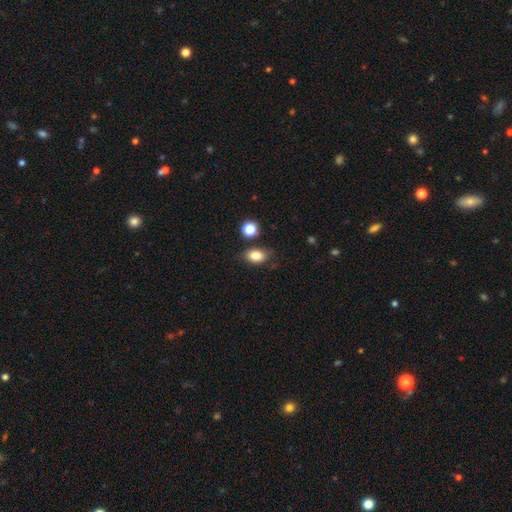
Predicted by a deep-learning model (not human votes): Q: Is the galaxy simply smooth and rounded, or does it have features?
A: smooth — 83%.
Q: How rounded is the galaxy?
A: in between — 82%.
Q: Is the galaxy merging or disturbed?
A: none — 73%.